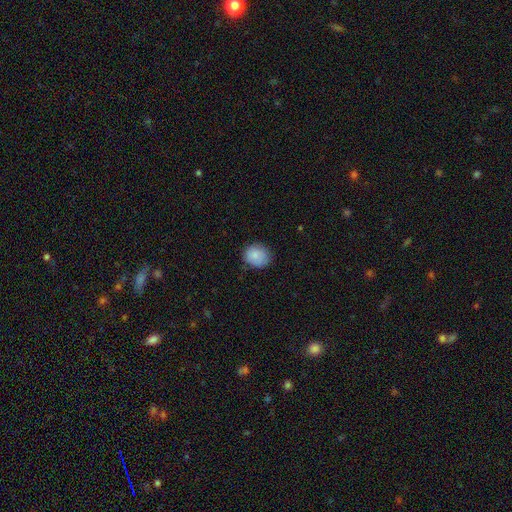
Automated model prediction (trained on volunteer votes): Q: Smooth or featured?
A: smooth (85%); runner-up: star or artifact (7%)
Q: How rounded?
A: round (67%); runner-up: in between (33%)
Q: Merging?
A: none (77%); runner-up: minor disturbance (18%)